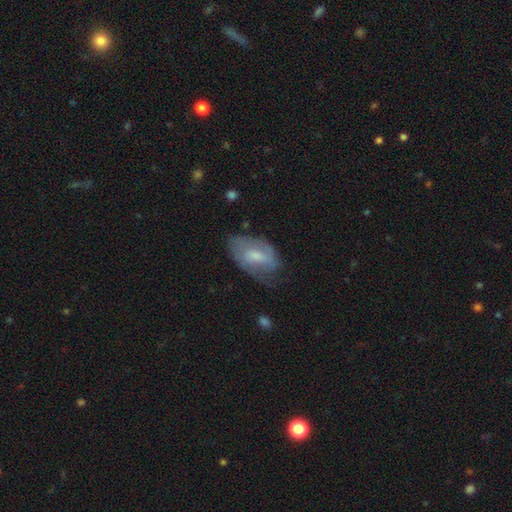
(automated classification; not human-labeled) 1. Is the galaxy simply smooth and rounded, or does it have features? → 52% featured or disk, 42% smooth, 7% star or artifact.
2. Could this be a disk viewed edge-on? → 94% no, 6% yes.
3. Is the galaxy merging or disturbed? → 51% none, 31% minor disturbance, 16% major disturbance, 2% merger.